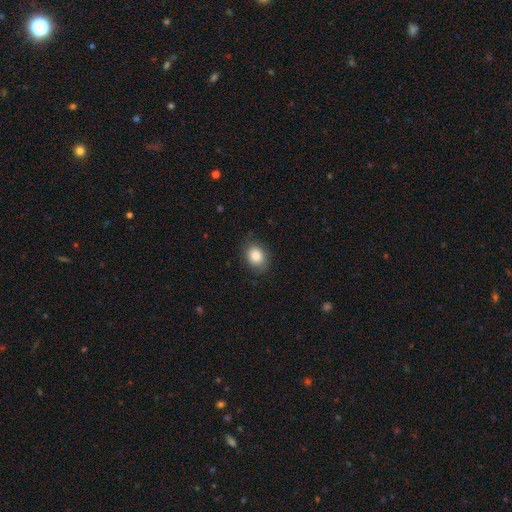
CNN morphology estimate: Overall: smooth (84%). How rounded: in between (60%; round 39%). Merging: none (80%).